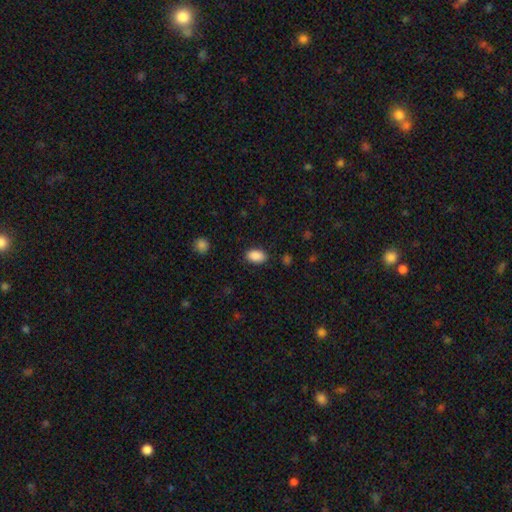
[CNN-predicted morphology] Q: Smooth or featured?
A: smooth (89%); runner-up: star or artifact (8%)
Q: How rounded?
A: in between (90%); runner-up: round (8%)
Q: Merging?
A: none (86%); runner-up: minor disturbance (10%)